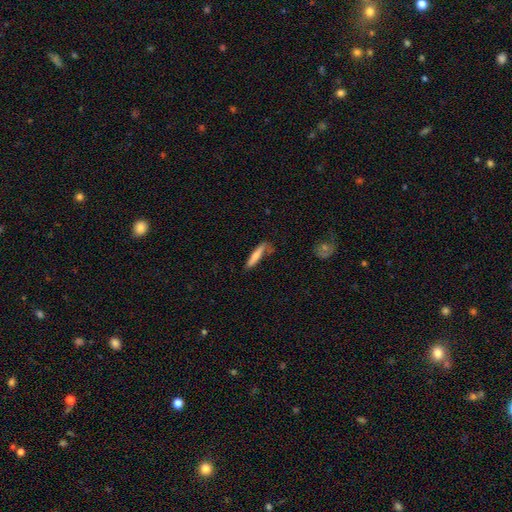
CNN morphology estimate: Smooth or featured? smooth (65%)
How rounded? cigar-shaped (87%)
Merging? none (65%)